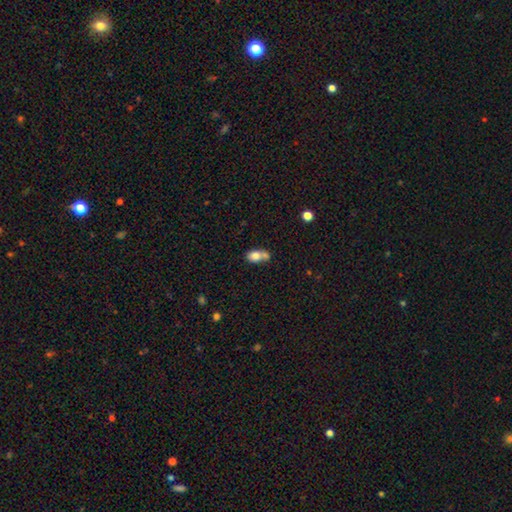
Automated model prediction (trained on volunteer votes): Smooth or featured? smooth (77%)
How rounded? in between (76%)
Merging? merger (46%)